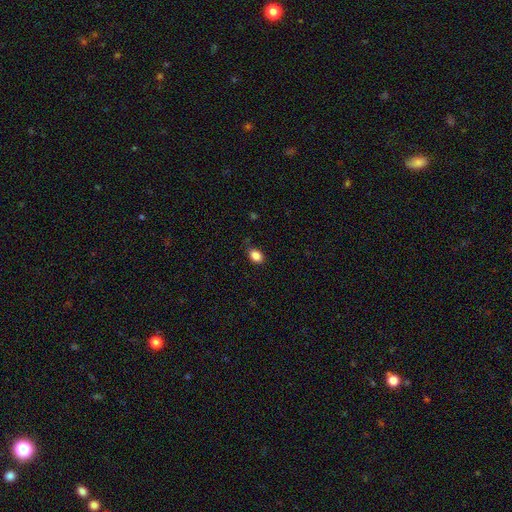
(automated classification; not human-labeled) smooth_or_featured: smooth (p=0.86) [alt: star or artifact p=0.09]
how_rounded: in between (p=0.79) [alt: round p=0.20]
merging: none (p=0.78) [alt: minor disturbance p=0.17]